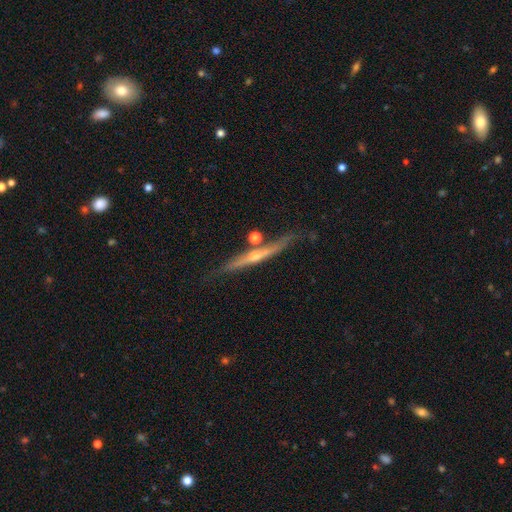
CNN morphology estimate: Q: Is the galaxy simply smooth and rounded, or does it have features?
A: featured or disk — 73%.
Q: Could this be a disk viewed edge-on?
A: yes — 96%.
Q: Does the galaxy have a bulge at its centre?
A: rounded — 75%.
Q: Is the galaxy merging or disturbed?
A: none — 74%.